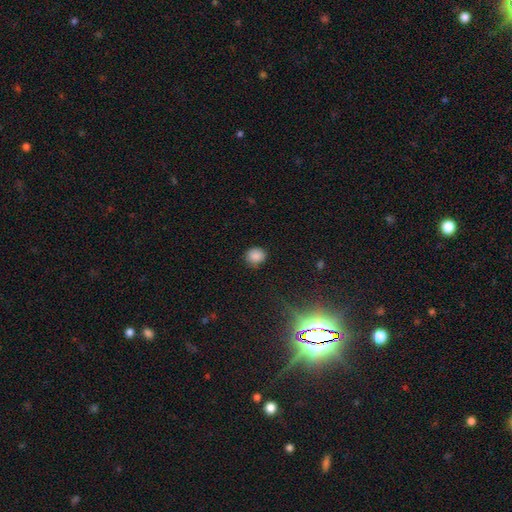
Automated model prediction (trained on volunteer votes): Smooth or featured: smooth — 85% (star or artifact — 11%)
How rounded: round — 79% (in between — 20%)
Merging: none — 85% (minor disturbance — 11%)